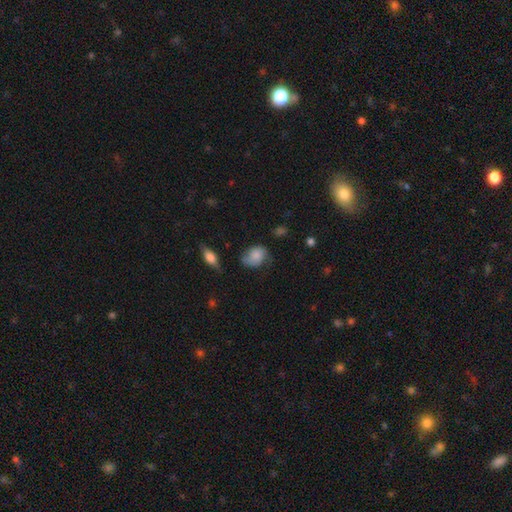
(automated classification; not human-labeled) Overall: smooth (66%). How rounded: in between (68%; round 31%). Merging: none (47%; minor disturbance 36%).